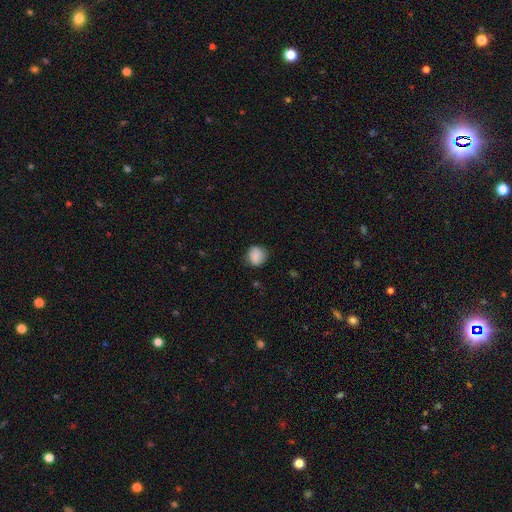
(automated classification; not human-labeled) The model was most divided on "merging": none: 75%, minor disturbance: 19%, major disturbance: 4%, merger: 1%. More confident: smooth or featured — smooth (85%); how rounded — round (81%).